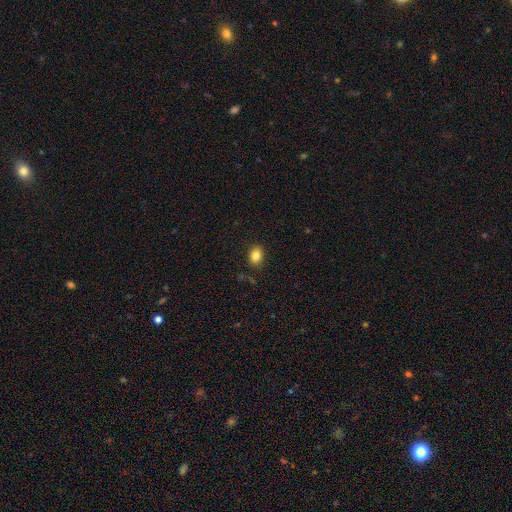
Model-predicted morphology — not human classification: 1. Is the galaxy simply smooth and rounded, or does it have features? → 85% smooth, 10% star or artifact, 6% featured or disk.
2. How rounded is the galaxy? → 69% in between, 30% round, 1% cigar-shaped.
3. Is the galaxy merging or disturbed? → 85% none, 11% minor disturbance, 3% major disturbance, 1% merger.